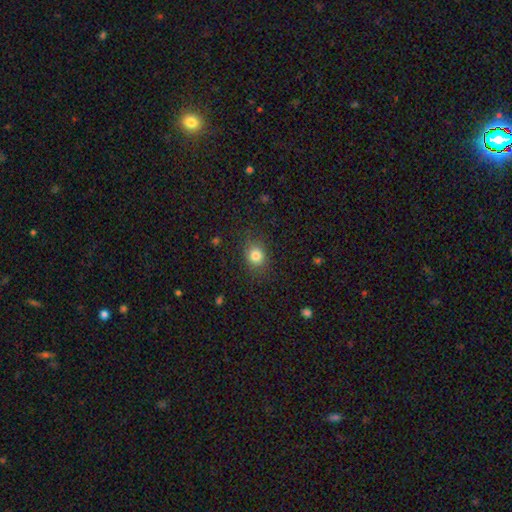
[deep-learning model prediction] A smooth galaxy with no disk features (82%) that is round (67%). Merging: none (83%).